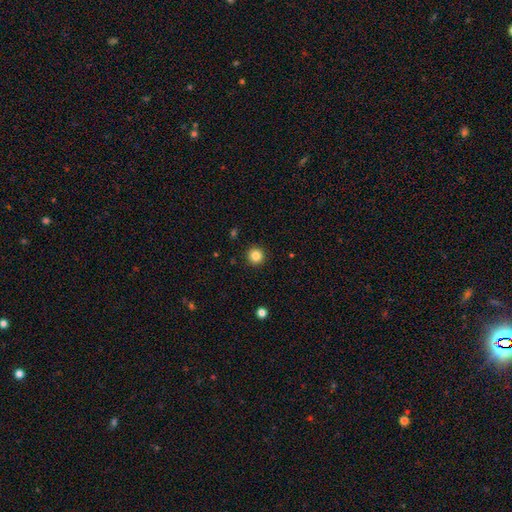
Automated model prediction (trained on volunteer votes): This appears to be a smooth galaxy with no disk features (85%) that is round (96%). Merging: none (93%).